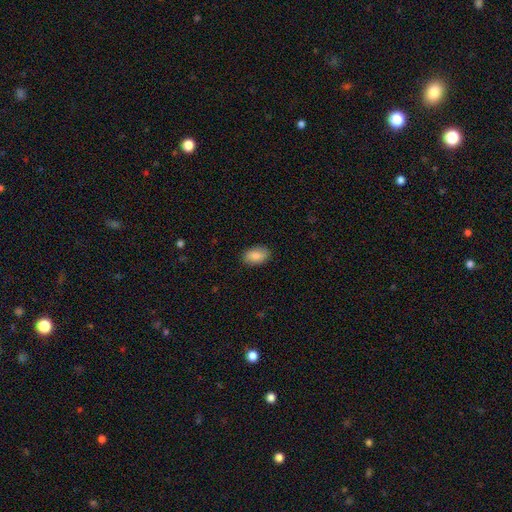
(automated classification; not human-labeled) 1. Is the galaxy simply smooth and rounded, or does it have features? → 85% smooth, 8% featured or disk, 7% star or artifact.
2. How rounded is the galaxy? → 91% in between, 7% round, 2% cigar-shaped.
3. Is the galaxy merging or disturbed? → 87% none, 10% minor disturbance, 2% major disturbance, 1% merger.